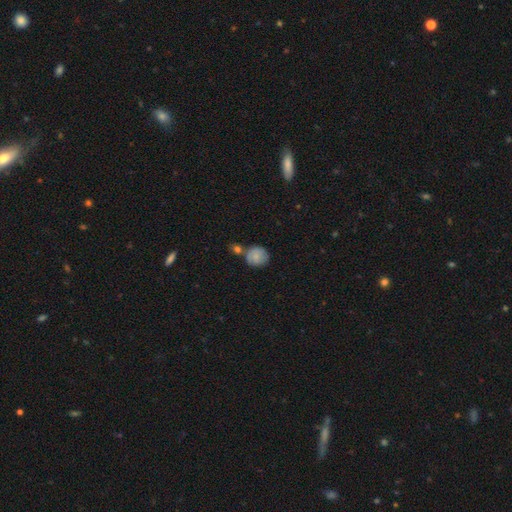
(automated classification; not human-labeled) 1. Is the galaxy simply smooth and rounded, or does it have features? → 75% smooth, 17% featured or disk, 8% star or artifact.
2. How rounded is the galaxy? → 82% round, 17% in between, 1% cigar-shaped.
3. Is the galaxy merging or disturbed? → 54% none, 22% merger, 18% minor disturbance, 5% major disturbance.